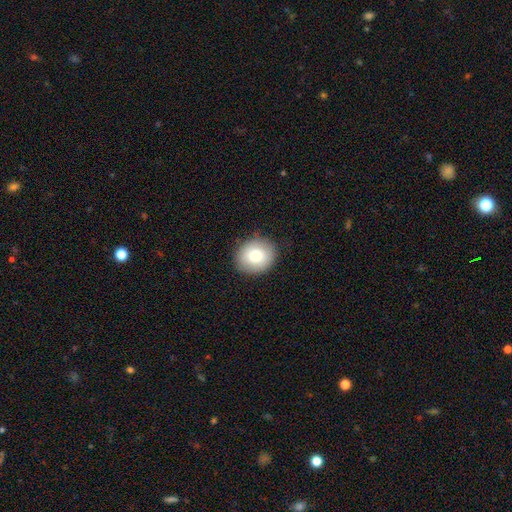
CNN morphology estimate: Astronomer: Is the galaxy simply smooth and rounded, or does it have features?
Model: smooth — 77%.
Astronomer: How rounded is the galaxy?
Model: round — 74%.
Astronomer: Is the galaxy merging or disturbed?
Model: none — 87%.